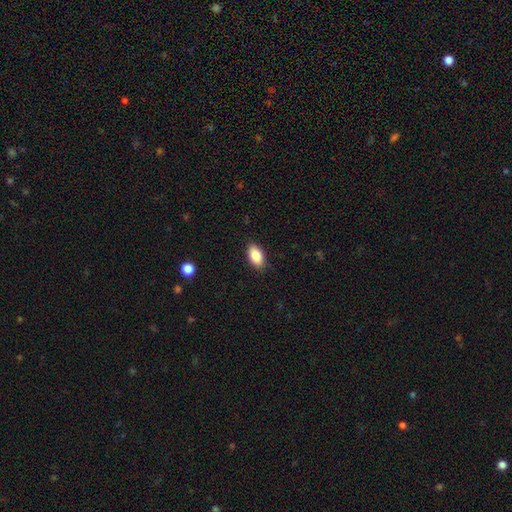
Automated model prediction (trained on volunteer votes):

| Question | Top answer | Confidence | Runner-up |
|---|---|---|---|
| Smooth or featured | smooth | 86% | star or artifact (7%) |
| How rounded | in between | 92% | round (4%) |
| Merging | none | 88% | minor disturbance (9%) |